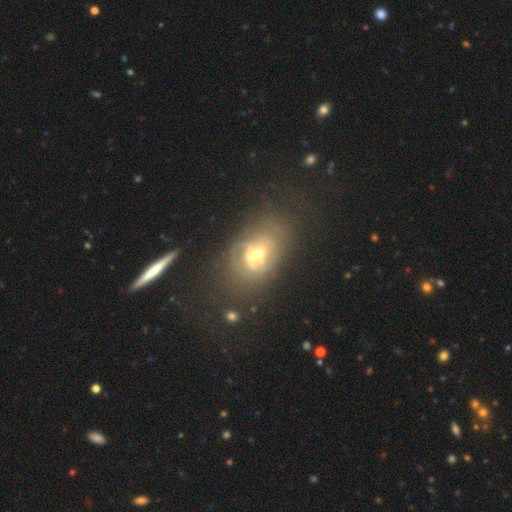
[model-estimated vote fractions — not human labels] featured or disk 53%, smooth 31%, star or artifact 17%. Down the decision tree: edge-on disk — no (91%); merging — merger (41%).